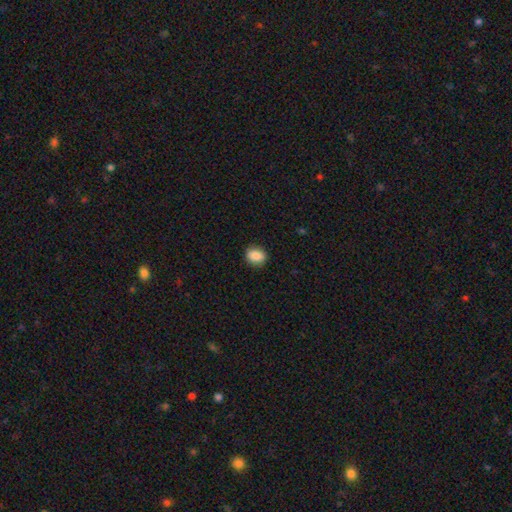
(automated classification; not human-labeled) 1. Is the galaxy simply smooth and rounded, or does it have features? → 88% smooth, 8% star or artifact, 4% featured or disk.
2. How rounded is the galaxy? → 50% round, 49% in between, 1% cigar-shaped.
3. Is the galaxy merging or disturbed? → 88% none, 9% minor disturbance, 2% major disturbance, 1% merger.